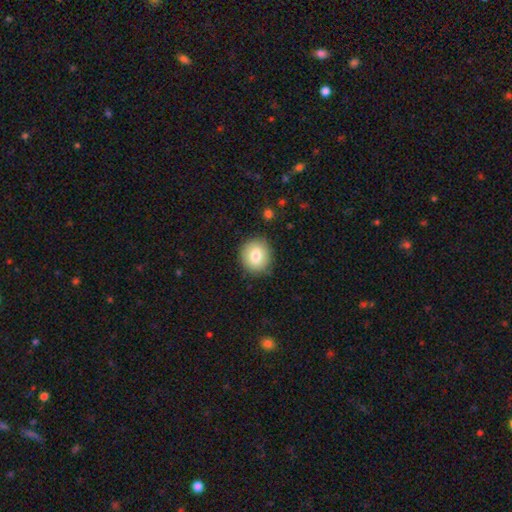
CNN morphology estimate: The model was most divided on "how rounded": round: 81%, in between: 18%, cigar-shaped: 1%. More confident: merging — none (87%); smooth or featured — smooth (81%).